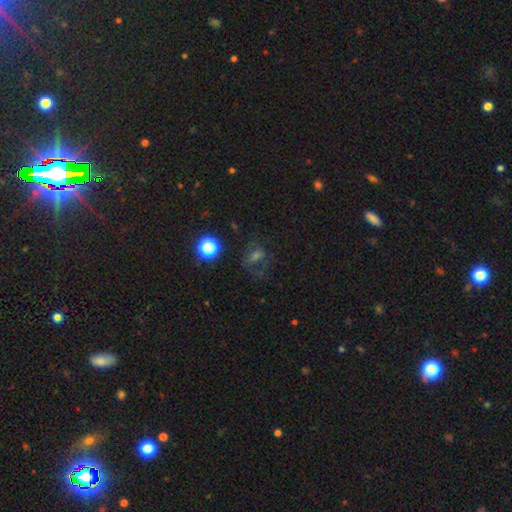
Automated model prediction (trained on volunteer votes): This appears to be a smooth galaxy with no disk features (40%). Merging: none (57%).